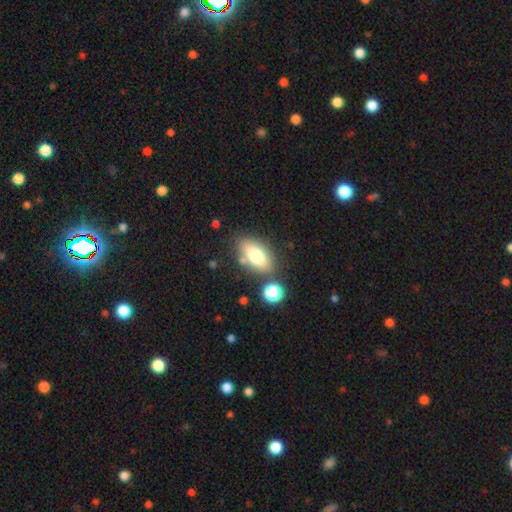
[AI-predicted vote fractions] Q: Smooth or featured?
A: smooth (72%); runner-up: featured or disk (18%)
Q: How rounded?
A: in between (85%); runner-up: cigar-shaped (8%)
Q: Merging?
A: none (74%); runner-up: minor disturbance (13%)